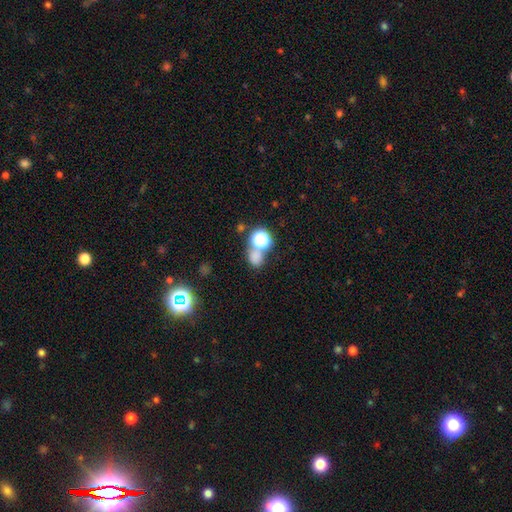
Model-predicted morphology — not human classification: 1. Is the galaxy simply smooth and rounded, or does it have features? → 65% smooth, 27% star or artifact, 8% featured or disk.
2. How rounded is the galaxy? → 67% round, 32% in between, 1% cigar-shaped.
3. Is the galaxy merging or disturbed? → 51% none, 33% merger, 10% minor disturbance, 6% major disturbance.